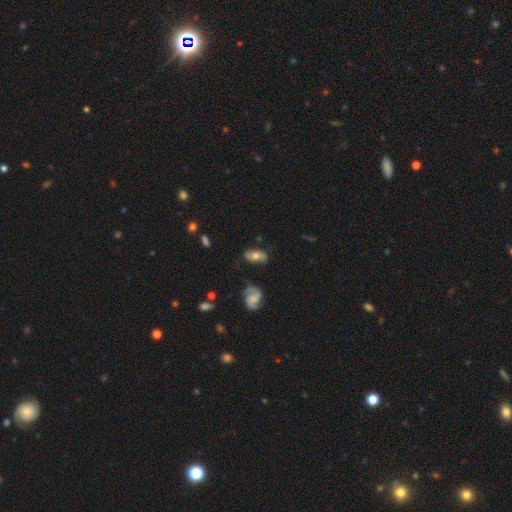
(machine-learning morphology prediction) Smooth or featured? Predicted: smooth (p=0.52). How rounded? Predicted: in between (p=0.88). Merging? Predicted: none (p=0.67).